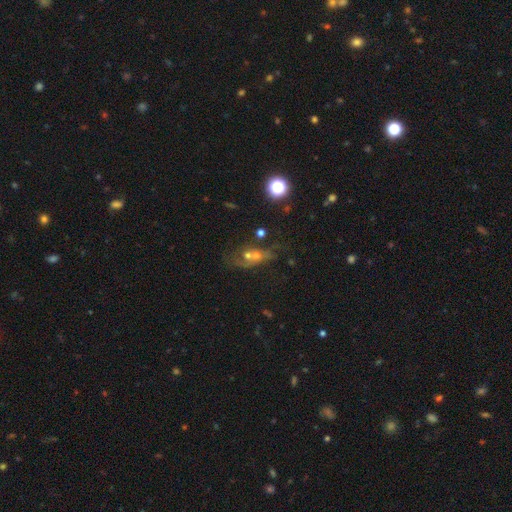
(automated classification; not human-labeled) Smooth or featured?
  - featured or disk: 40% *
  - smooth: 35%
  - star or artifact: 25%
Merging?
  - merger: 36% *
  - none: 34%
  - major disturbance: 16%
  - minor disturbance: 14%